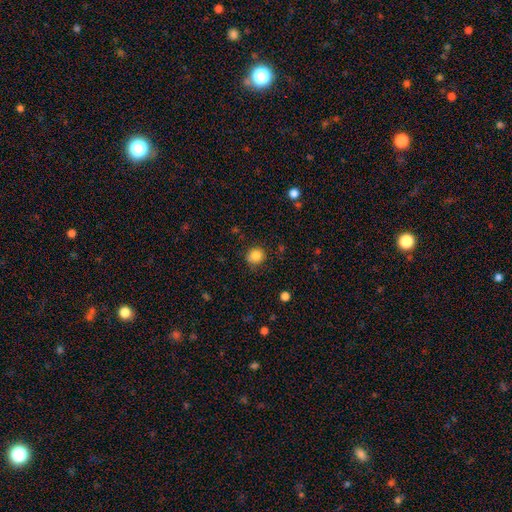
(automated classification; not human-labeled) Smooth or featured? Predicted: smooth (p=0.84). How rounded? Predicted: round (p=0.85). Merging? Predicted: none (p=0.84).